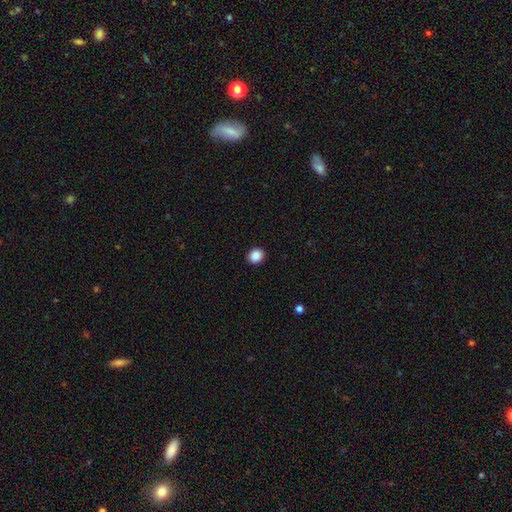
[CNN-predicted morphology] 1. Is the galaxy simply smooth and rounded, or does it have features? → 89% smooth, 9% star or artifact, 2% featured or disk.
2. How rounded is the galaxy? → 80% round, 19% in between, 1% cigar-shaped.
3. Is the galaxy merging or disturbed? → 92% none, 5% minor disturbance, 2% major disturbance, 1% merger.